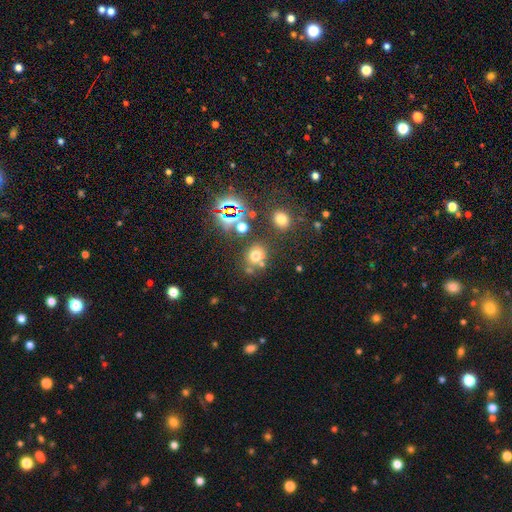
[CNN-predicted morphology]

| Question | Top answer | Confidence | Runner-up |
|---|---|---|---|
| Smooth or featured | smooth | 60% | star or artifact (29%) |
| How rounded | round | 76% | in between (23%) |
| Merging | none | 64% | merger (19%) |